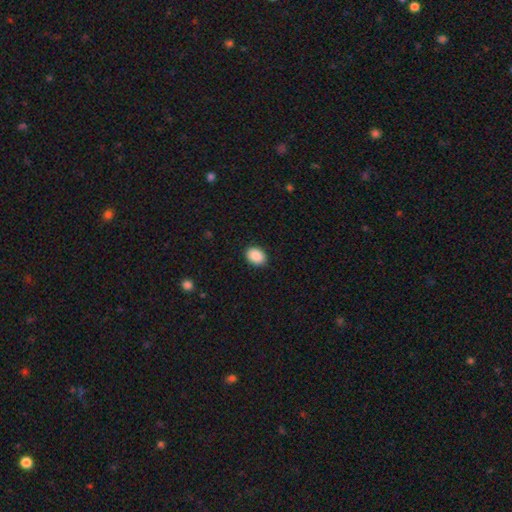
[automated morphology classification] A smooth galaxy with no disk features (90%) that is in between round and cigar-shaped (69%).

Vote fractions:
- Smooth or featured? smooth: 90% / star or artifact: 7% / featured or disk: 3%
- How rounded? in between: 69% / round: 30% / cigar-shaped: 1%
- Merging? none: 90% / minor disturbance: 7% / major disturbance: 2% / merger: 1%